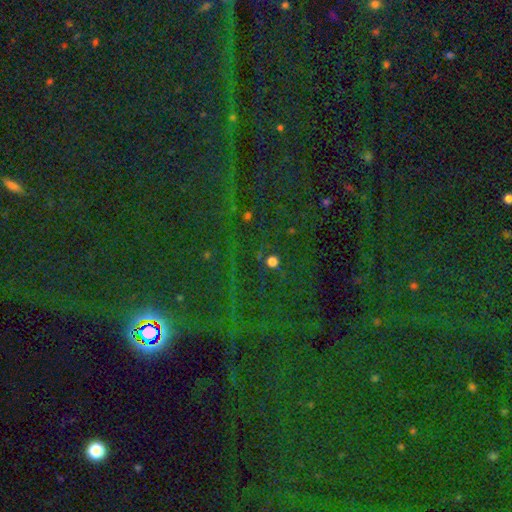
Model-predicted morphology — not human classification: Smooth or featured: star or artifact — 84% (smooth — 9%)